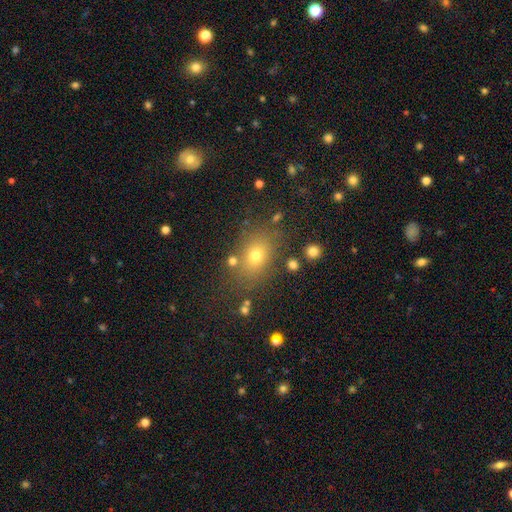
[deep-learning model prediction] Morphology: type=smooth (70%); roundness=in between (65%); merging=none (77%).